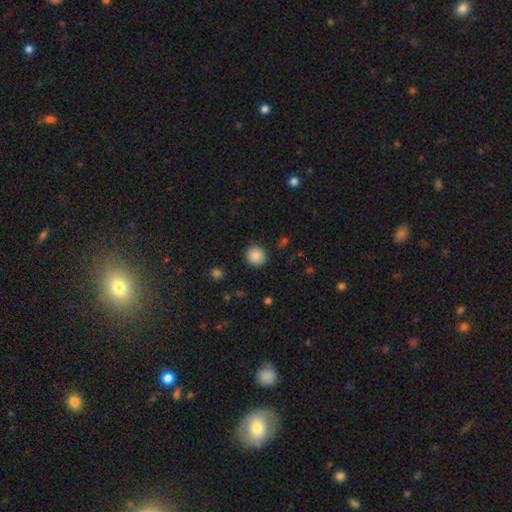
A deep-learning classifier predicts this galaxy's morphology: A smooth galaxy with no disk features (88%) that is round (92%).

Vote fractions:
- Smooth or featured? smooth: 88% / star or artifact: 9% / featured or disk: 3%
- How rounded? round: 92% / in between: 7% / cigar-shaped: 1%
- Merging? none: 90% / minor disturbance: 7% / major disturbance: 2% / merger: 1%